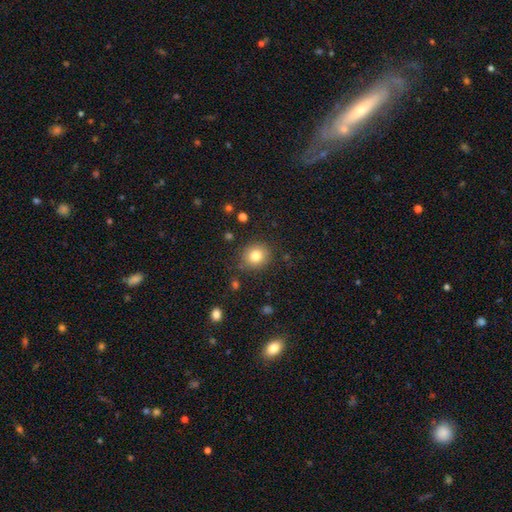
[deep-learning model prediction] A smooth galaxy with no disk features (80%) that is round (83%).

Vote fractions:
- Smooth or featured? smooth: 80% / star or artifact: 11% / featured or disk: 9%
- How rounded? round: 83% / in between: 16% / cigar-shaped: 1%
- Merging? none: 86% / minor disturbance: 9% / major disturbance: 3% / merger: 2%